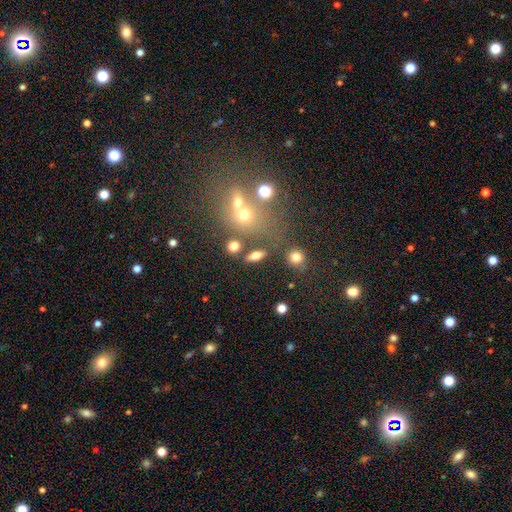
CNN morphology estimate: smooth-or-featured: smooth: 60% | featured or disk: 26% | star or artifact: 14%
  how-rounded: in between: 61% | cigar-shaped: 25% | round: 14%
  merging: none: 73% | minor disturbance: 11% | merger: 11% | major disturbance: 5%